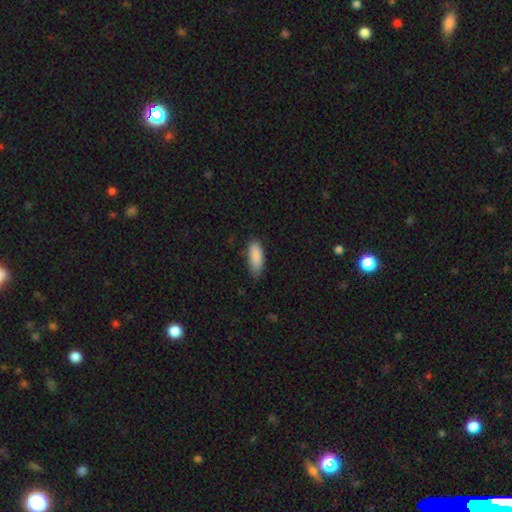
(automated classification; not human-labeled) This is clearly a smooth galaxy (89%). How rounded: likely in between (78%). Merging: likely none (73%).